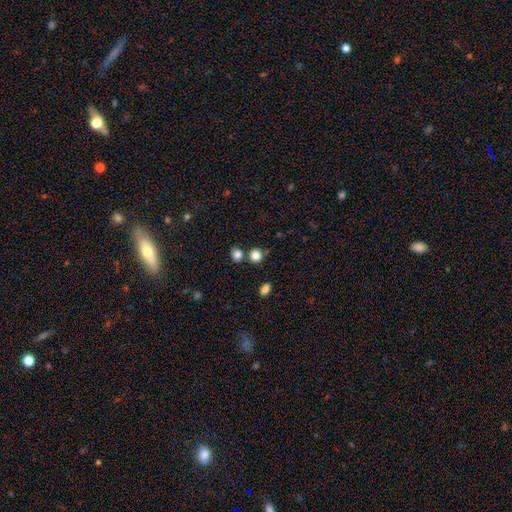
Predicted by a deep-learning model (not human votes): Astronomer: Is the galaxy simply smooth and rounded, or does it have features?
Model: smooth — 84%.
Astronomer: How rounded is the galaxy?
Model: round — 87%.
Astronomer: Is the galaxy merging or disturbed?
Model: none — 71%.